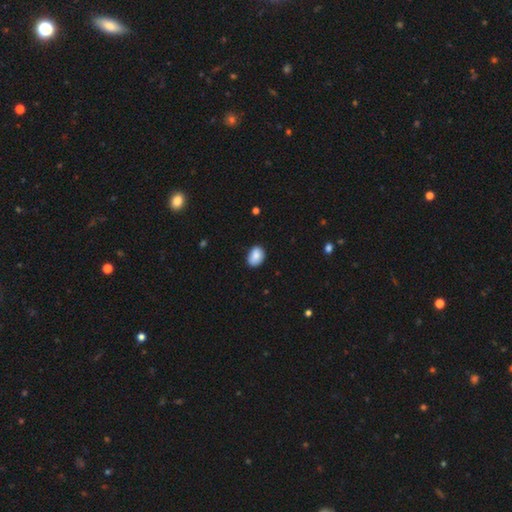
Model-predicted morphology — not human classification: This appears to be a smooth galaxy with no disk features (87%) that is in between round and cigar-shaped (76%). Merging: none (80%).